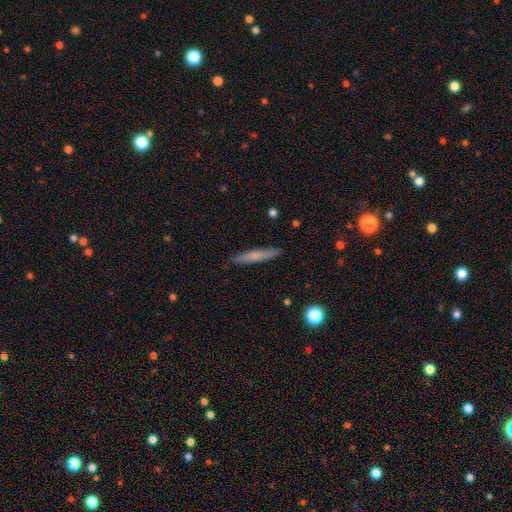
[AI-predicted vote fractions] smooth 63%, featured or disk 31%, star or artifact 6%. Down the decision tree: how rounded — cigar-shaped (94%); merging — none (89%).